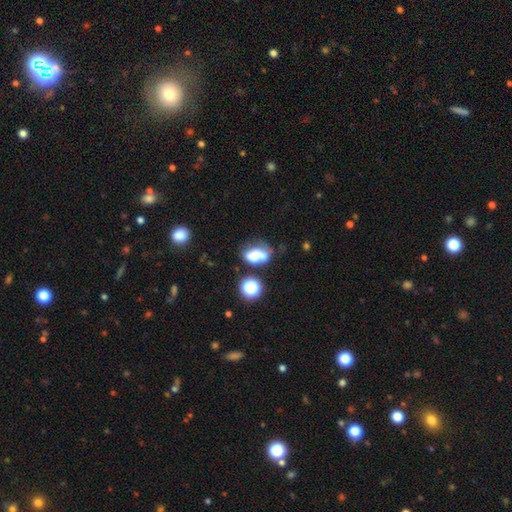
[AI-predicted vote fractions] smooth_or_featured: smooth (p=0.65) [alt: featured or disk p=0.21]
how_rounded: in between (p=0.78) [alt: round p=0.20]
merging: none (p=0.34) [alt: minor disturbance p=0.26]